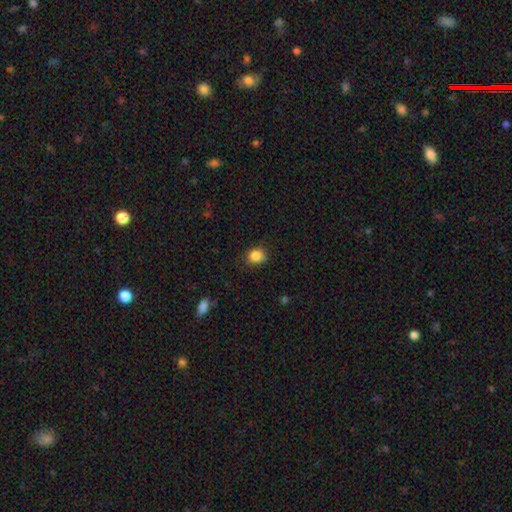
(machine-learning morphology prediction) A smooth galaxy with no disk features (85%) that is round (63%). Merging: none (78%).